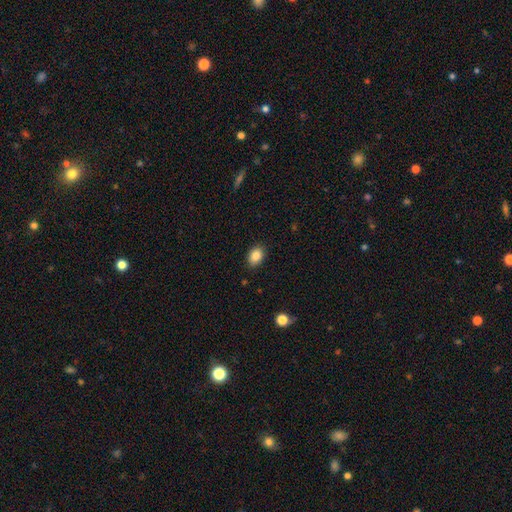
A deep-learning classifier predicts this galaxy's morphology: This is clearly a smooth galaxy (87%). How rounded: likely in between (75%). Merging: clearly none (87%).